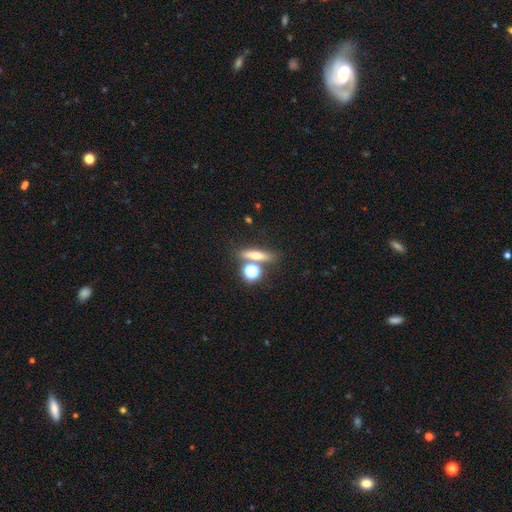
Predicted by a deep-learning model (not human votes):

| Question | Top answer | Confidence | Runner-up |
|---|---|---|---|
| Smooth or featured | smooth | 56% | featured or disk (27%) |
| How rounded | cigar-shaped | 52% | round (25%) |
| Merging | none | 70% | merger (16%) |